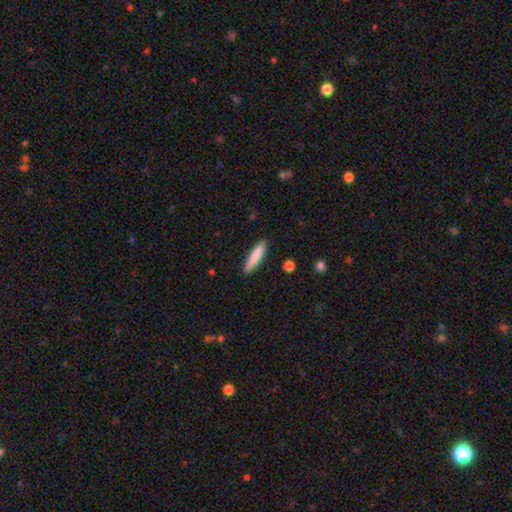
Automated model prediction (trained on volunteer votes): Q: Smooth or featured?
A: smooth (83%); runner-up: featured or disk (11%)
Q: How rounded?
A: cigar-shaped (85%); runner-up: in between (14%)
Q: Merging?
A: none (88%); runner-up: minor disturbance (9%)